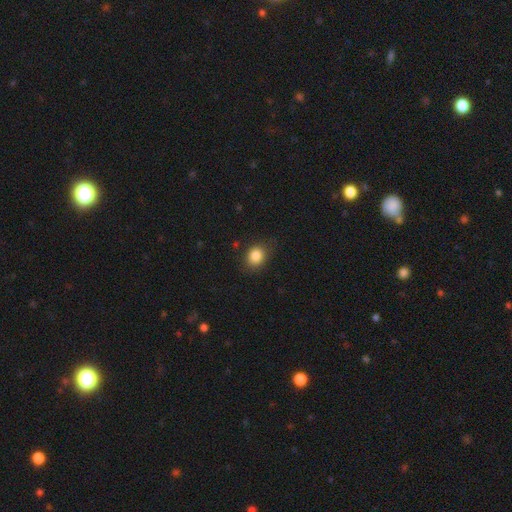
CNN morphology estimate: Smooth or featured? Predicted: smooth (p=0.85). How rounded? Predicted: round (p=0.57). Merging? Predicted: none (p=0.80).